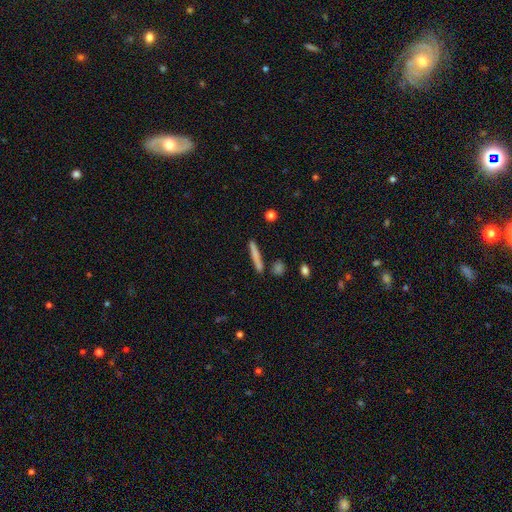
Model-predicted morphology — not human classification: Smooth or featured? smooth (71%)
How rounded? cigar-shaped (94%)
Merging? none (82%)